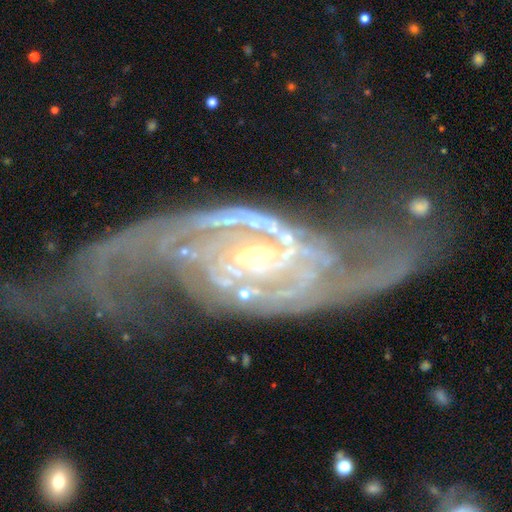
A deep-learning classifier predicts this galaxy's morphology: smooth_or_featured: featured or disk (p=0.92) [alt: star or artifact p=0.05]
disk_edge_on: no (p=0.96) [alt: yes p=0.04]
bar: no (p=0.42) [alt: weak p=0.36]
has_spiral_arms: yes (p=0.97) [alt: no p=0.03]
spiral_winding: medium (p=0.43) [alt: loose p=0.31]
spiral_arm_count: 2 (p=0.79) [alt: can't tell p=0.06]
bulge_size: small (p=0.68) [alt: moderate p=0.26]
merging: none (p=0.44) [alt: major disturbance p=0.32]